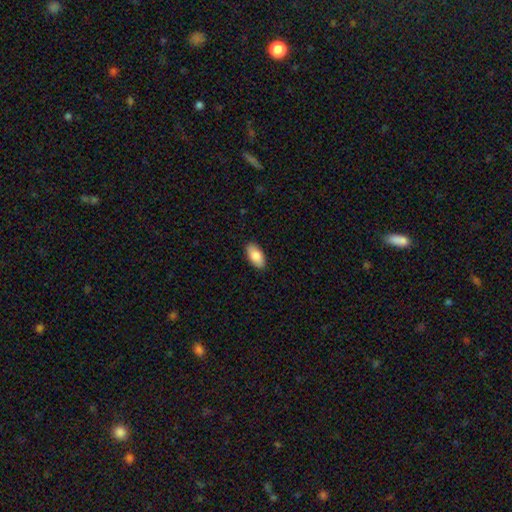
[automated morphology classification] Smooth or featured: smooth — 86% (featured or disk — 8%)
How rounded: in between — 94% (cigar-shaped — 4%)
Merging: none — 90% (minor disturbance — 7%)